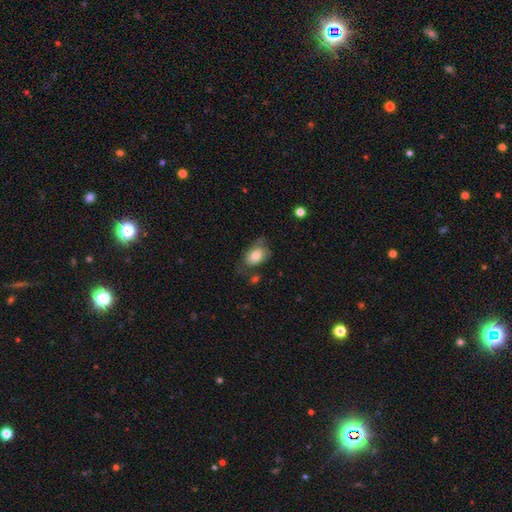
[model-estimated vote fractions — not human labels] smooth-or-featured: smooth: 77% | featured or disk: 16% | star or artifact: 7%
  how-rounded: in between: 85% | round: 14% | cigar-shaped: 1%
  merging: none: 53% | minor disturbance: 29% | major disturbance: 12% | merger: 6%